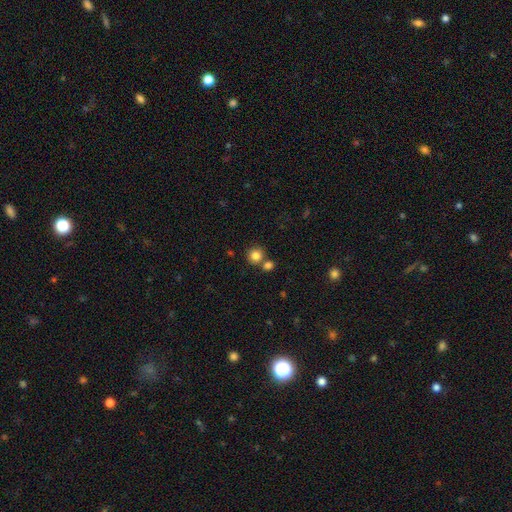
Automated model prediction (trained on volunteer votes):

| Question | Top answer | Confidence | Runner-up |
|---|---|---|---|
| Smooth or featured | smooth | 83% | star or artifact (11%) |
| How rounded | round | 89% | in between (10%) |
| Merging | none | 65% | merger (24%) |